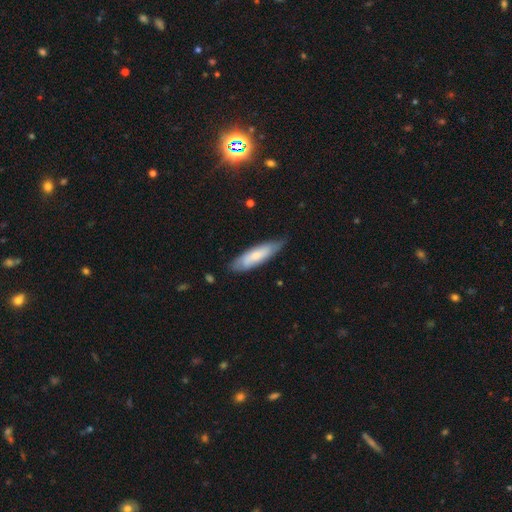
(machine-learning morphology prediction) Smooth or featured? Predicted: smooth (p=0.63). How rounded? Predicted: cigar-shaped (p=0.56). Merging? Predicted: none (p=0.71).